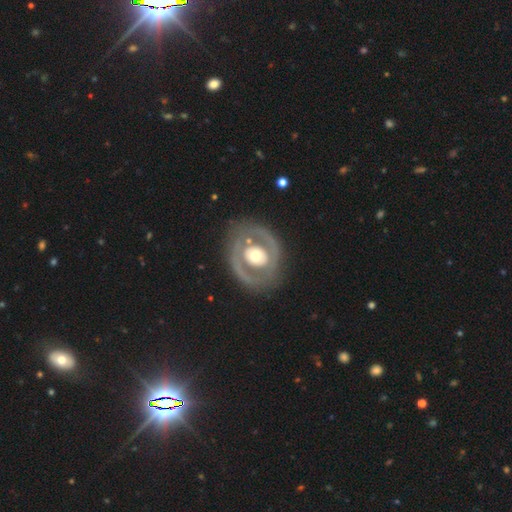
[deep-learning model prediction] Smooth or featured? Predicted: featured or disk (p=0.67). Edge-on disk? Predicted: no (p=0.95). Bar? Predicted: no (p=0.80). Spiral arms? Predicted: no (p=0.74). Bulge size? Predicted: moderate (p=0.59). Merging? Predicted: none (p=0.75).